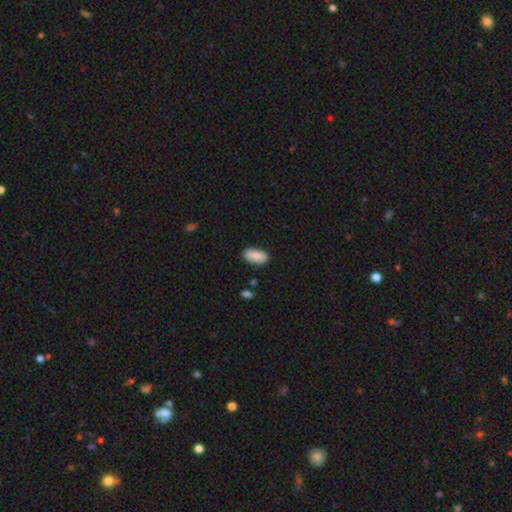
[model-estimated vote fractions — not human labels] Morphology: type=smooth (84%); roundness=in between (92%); merging=none (85%).